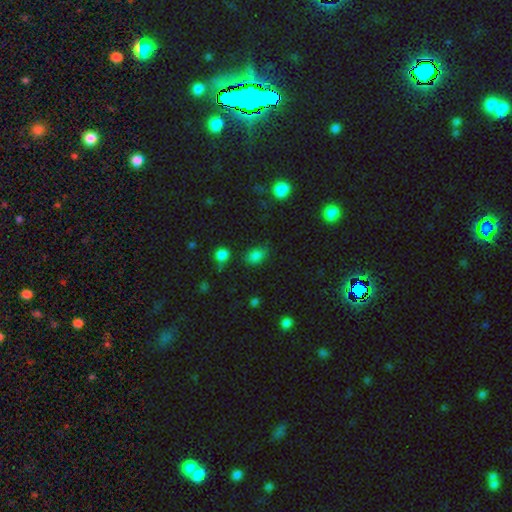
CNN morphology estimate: Smooth or featured: smooth — 81% (star or artifact — 14%)
How rounded: in between — 76% (round — 22%)
Merging: none — 69% (minor disturbance — 21%)